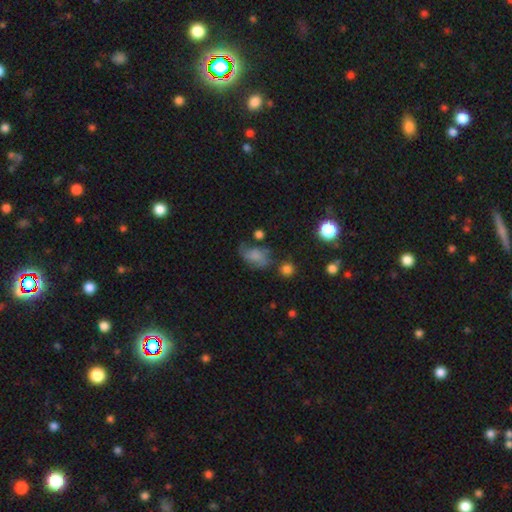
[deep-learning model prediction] Overall: smooth (62%; featured or disk 25%). How rounded: in between (82%). Merging: none (36%; minor disturbance 31%).